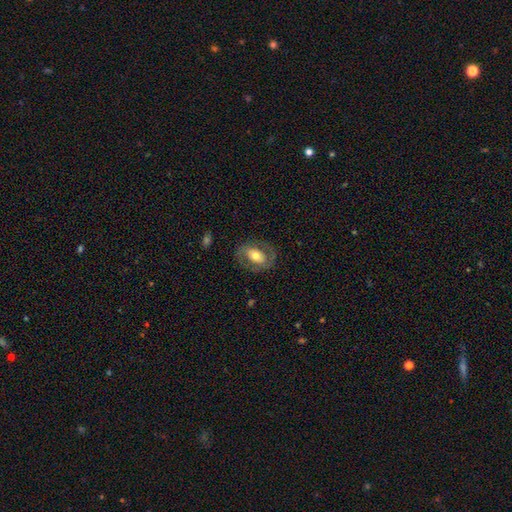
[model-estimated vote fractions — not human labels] Smooth or featured?
  - featured or disk: 55% *
  - smooth: 39%
  - star or artifact: 6%
Edge-on disk?
  - no: 94% *
  - yes: 6%
Bar?
  - no: 52% *
  - weak: 27%
  - strong: 22%
Spiral arms?
  - yes: 51% *
  - no: 49%
Bulge size?
  - moderate: 64% *
  - small: 20%
  - large: 14%
  - dominant: 2%
  - none: 1%
Merging?
  - none: 77% *
  - minor disturbance: 13%
  - major disturbance: 9%
  - merger: 1%